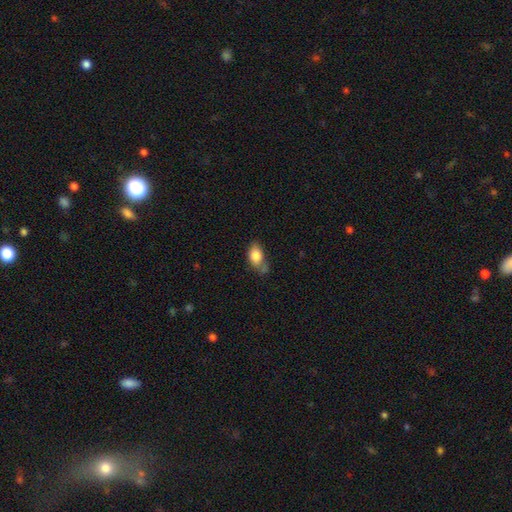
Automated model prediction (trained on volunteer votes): This appears to be a smooth galaxy with no disk features (82%) that is in between round and cigar-shaped (86%). Merging: none (44%).